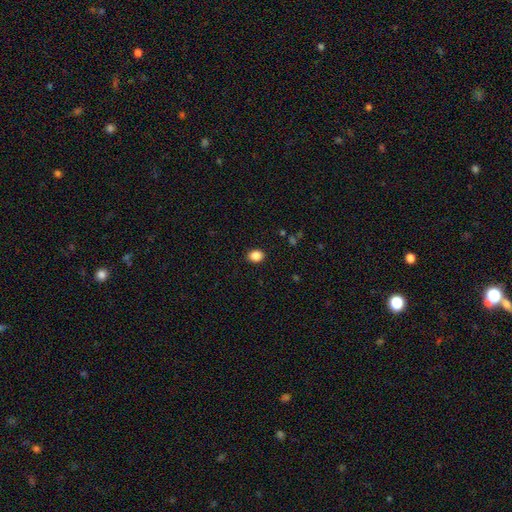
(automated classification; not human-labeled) Smooth or featured?
  - smooth: 87% *
  - star or artifact: 10%
  - featured or disk: 3%
How rounded?
  - in between: 56% *
  - round: 43%
  - cigar-shaped: 1%
Merging?
  - none: 90% *
  - minor disturbance: 7%
  - major disturbance: 2%
  - merger: 1%